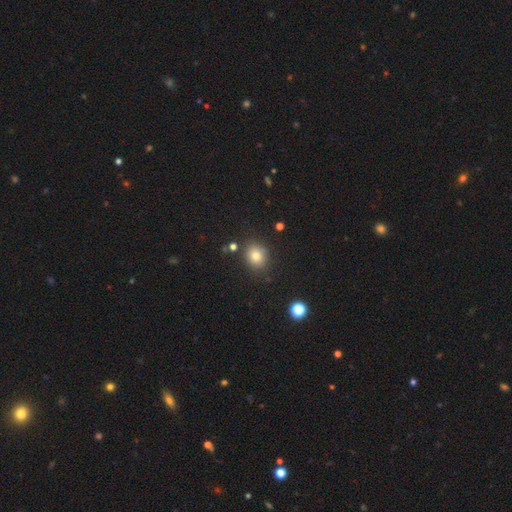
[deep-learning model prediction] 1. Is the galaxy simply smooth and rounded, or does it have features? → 80% smooth, 13% star or artifact, 8% featured or disk.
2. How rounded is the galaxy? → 67% round, 32% in between, 1% cigar-shaped.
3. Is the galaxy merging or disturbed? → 84% none, 10% minor disturbance, 4% merger, 3% major disturbance.